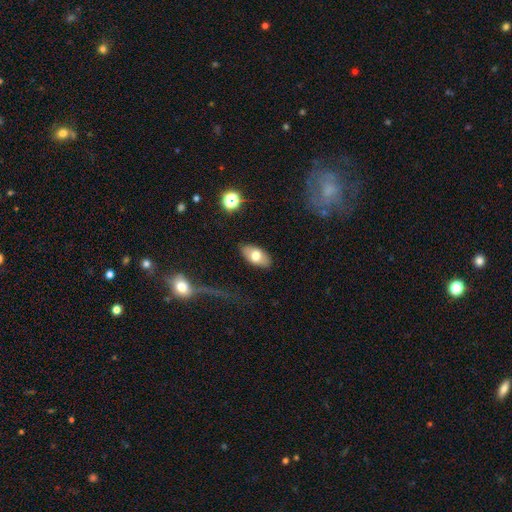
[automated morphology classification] Smooth or featured? smooth (70%)
How rounded? in between (93%)
Merging? none (84%)